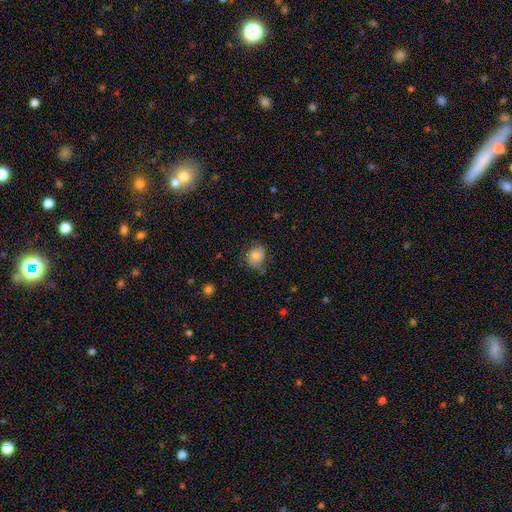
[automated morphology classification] type=smooth (56%); roundness=round (59%); merging=none (57%).